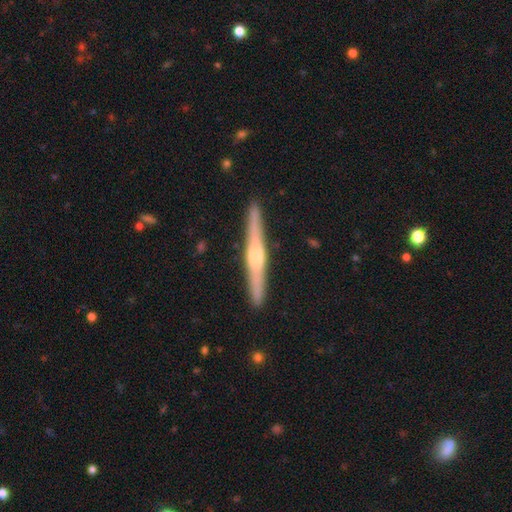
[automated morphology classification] featured or disk 76%, smooth 19%, star or artifact 5%. Down the decision tree: edge-on disk — yes (98%); edge-on bulge — rounded (75%); merging — none (92%).